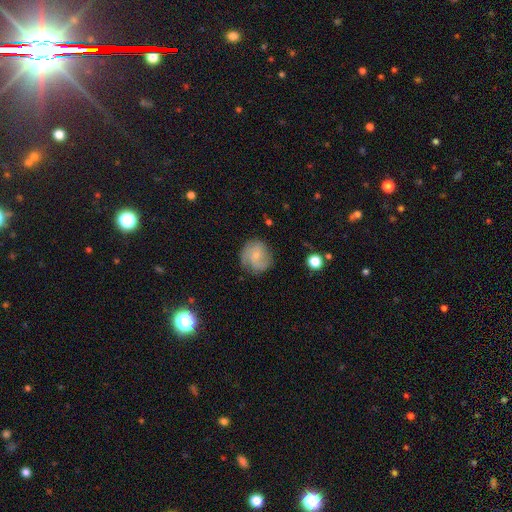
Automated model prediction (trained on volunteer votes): smooth_or_featured: featured or disk (p=0.50) [alt: smooth p=0.42]
disk_edge_on: no (p=0.97) [alt: yes p=0.03]
merging: none (p=0.67) [alt: minor disturbance p=0.22]